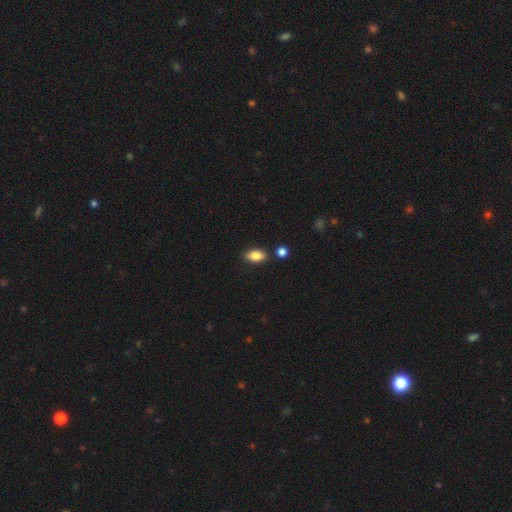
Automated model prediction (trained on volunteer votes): This appears to be a smooth galaxy with no disk features (85%) that is in between round and cigar-shaped (89%). Merging: none (82%).